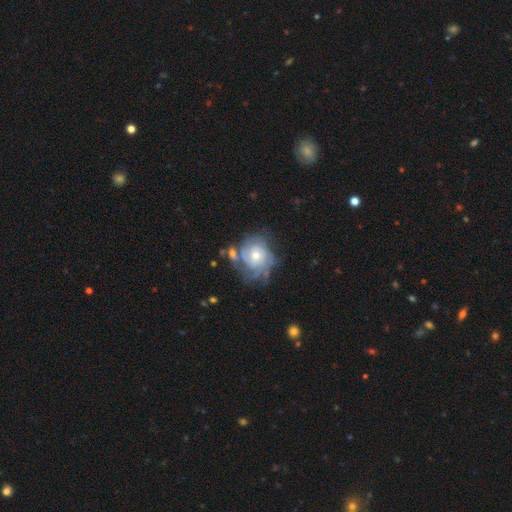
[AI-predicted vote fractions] The model was most divided on "bulge size": moderate: 50%, small: 44%, large: 3%, none: 1%, dominant: 1%. Remaining: edge-on disk — no (97%); spiral arms — yes (87%); bar — no (78%); smooth or featured — featured or disk (76%); spiral winding — tight (64%); merging — none (49%); spiral arm count — can't tell (47%).